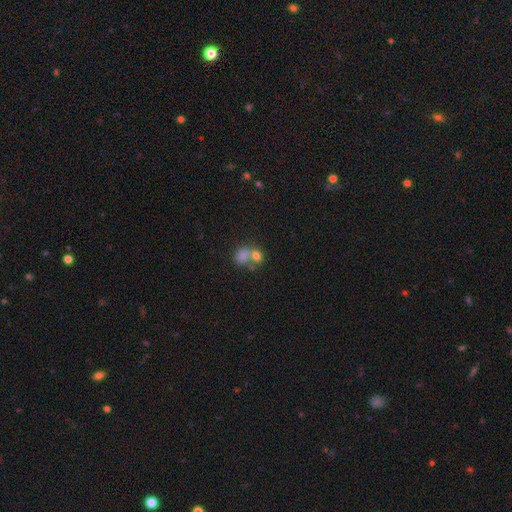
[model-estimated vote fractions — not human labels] Morphology: type=smooth (75%); roundness=round (53%); merging=merger (53%).